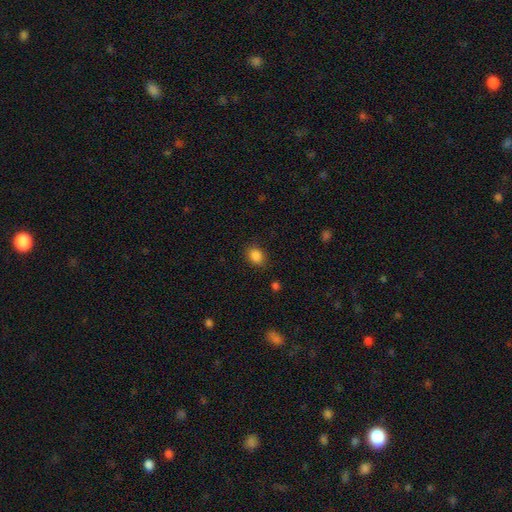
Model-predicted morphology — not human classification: This appears to be a smooth galaxy with no disk features (86%) that is in between round and cigar-shaped (54%). Merging: none (85%).